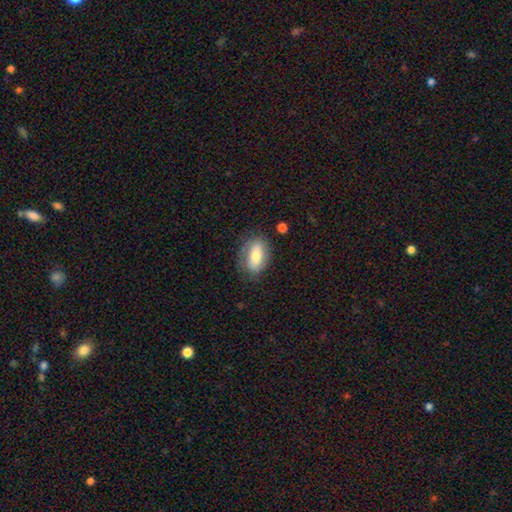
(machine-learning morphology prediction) Smooth or featured? smooth (66%)
How rounded? in between (88%)
Merging? none (76%)